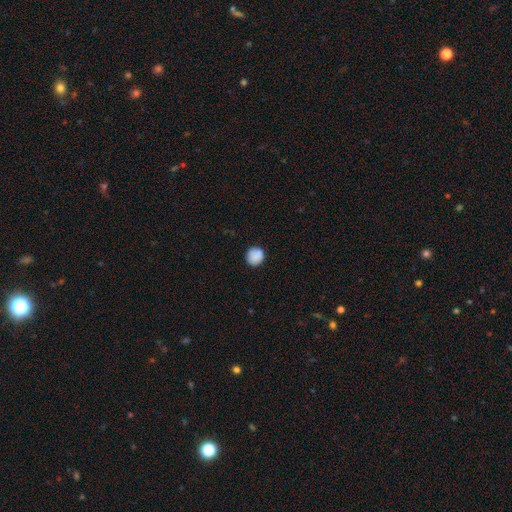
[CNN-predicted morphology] type=smooth (88%); roundness=round (90%); merging=none (87%).